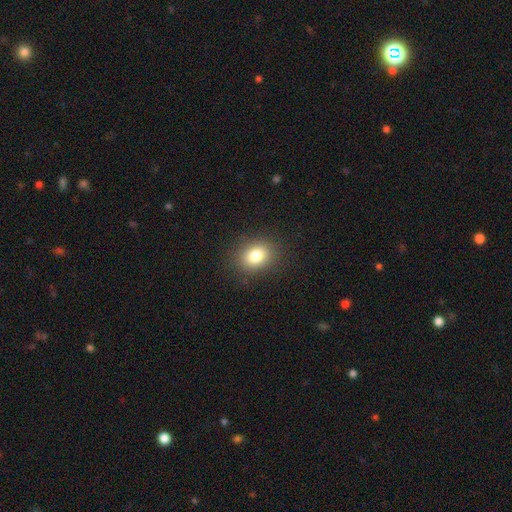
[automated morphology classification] Q: Smooth or featured?
A: smooth (81%); runner-up: star or artifact (11%)
Q: How rounded?
A: in between (56%); runner-up: round (43%)
Q: Merging?
A: none (87%); runner-up: minor disturbance (8%)